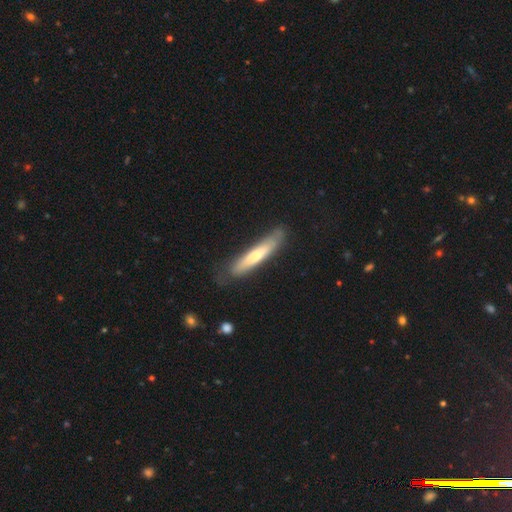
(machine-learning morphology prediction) Overall: smooth (61%; featured or disk 34%). How rounded: cigar-shaped (88%). Merging: none (75%).